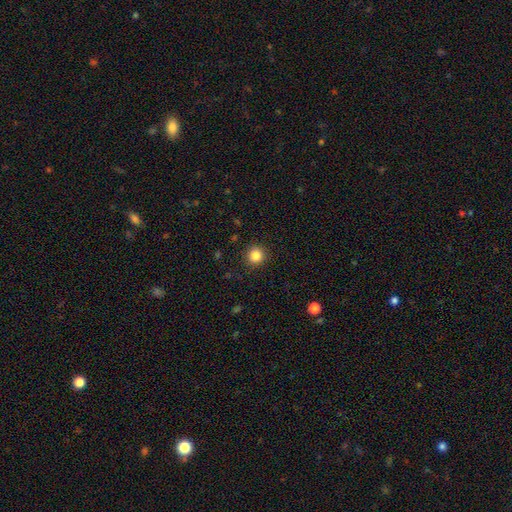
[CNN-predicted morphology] smooth_or_featured: smooth (p=0.85) [alt: star or artifact p=0.11]
how_rounded: round (p=0.93) [alt: in between p=0.06]
merging: none (p=0.90) [alt: minor disturbance p=0.06]